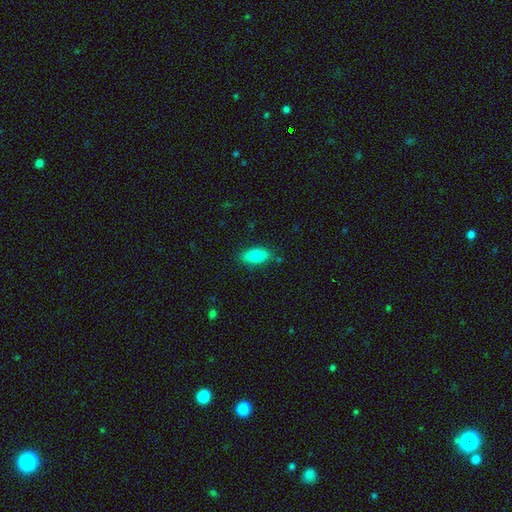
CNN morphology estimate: Smooth or featured?
  - smooth: 85% *
  - featured or disk: 8%
  - star or artifact: 7%
How rounded?
  - in between: 84% *
  - cigar-shaped: 14%
  - round: 2%
Merging?
  - none: 84% *
  - minor disturbance: 11%
  - major disturbance: 3%
  - merger: 2%